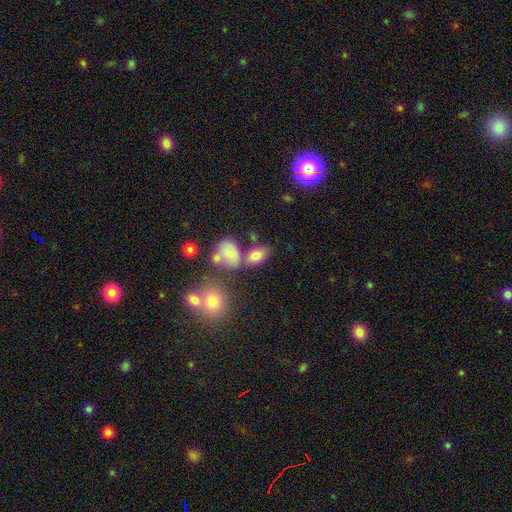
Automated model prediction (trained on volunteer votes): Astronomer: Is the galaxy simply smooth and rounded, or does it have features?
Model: smooth — 78%.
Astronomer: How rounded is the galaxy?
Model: in between — 82%.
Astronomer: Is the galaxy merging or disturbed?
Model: none — 56%.